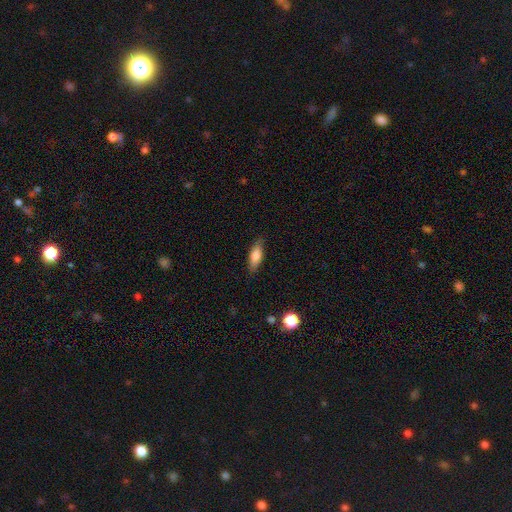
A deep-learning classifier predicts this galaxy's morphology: Smooth or featured: smooth — 77% (featured or disk — 16%)
How rounded: in between — 62% (cigar-shaped — 35%)
Merging: none — 83% (minor disturbance — 13%)